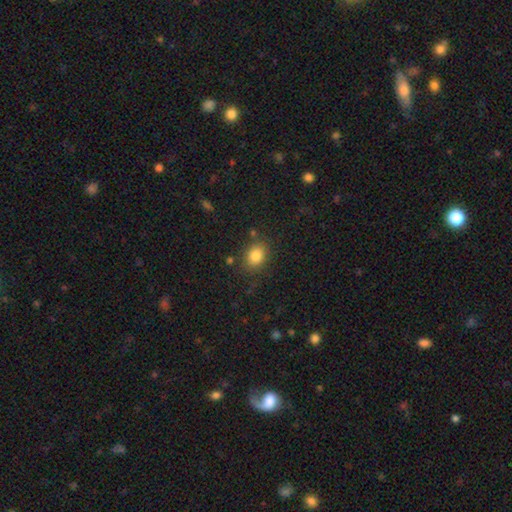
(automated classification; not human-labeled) A smooth galaxy with no disk features (84%) that is in between round and cigar-shaped (59%).

Vote fractions:
- Smooth or featured? smooth: 84% / star or artifact: 10% / featured or disk: 6%
- How rounded? in between: 59% / round: 40% / cigar-shaped: 1%
- Merging? none: 80% / minor disturbance: 12% / major disturbance: 4% / merger: 4%